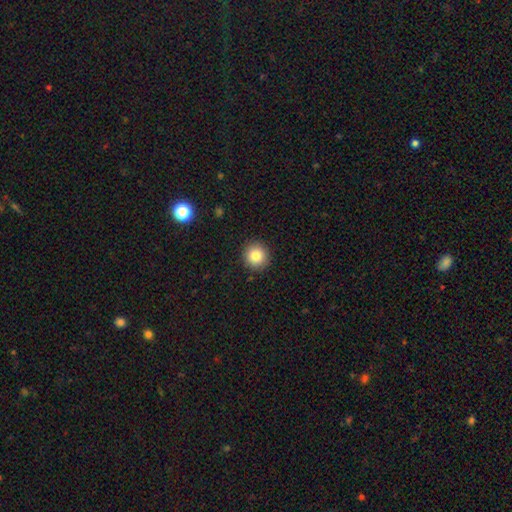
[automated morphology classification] A smooth galaxy with no disk features (82%) that is round (94%).

Vote fractions:
- Smooth or featured? smooth: 82% / star or artifact: 10% / featured or disk: 7%
- How rounded? round: 94% / in between: 5% / cigar-shaped: 1%
- Merging? none: 91% / minor disturbance: 6% / major disturbance: 2% / merger: 1%